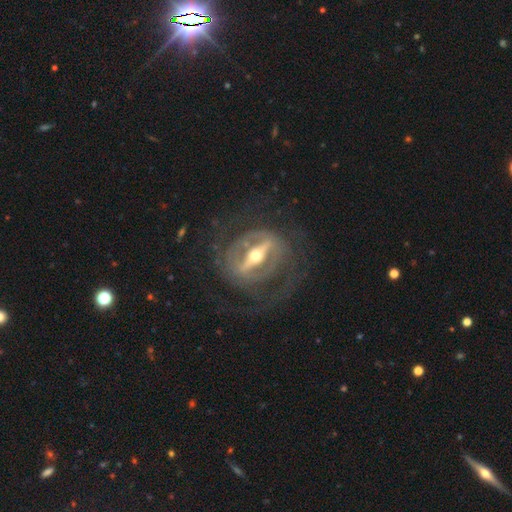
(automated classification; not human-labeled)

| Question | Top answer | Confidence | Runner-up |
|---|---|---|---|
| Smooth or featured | featured or disk | 88% | smooth (6%) |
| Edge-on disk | no | 78% | yes (22%) |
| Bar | strong | 84% | weak (11%) |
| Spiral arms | yes | 60% | no (40%) |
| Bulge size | moderate | 63% | small (30%) |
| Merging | none | 67% | major disturbance (18%) |